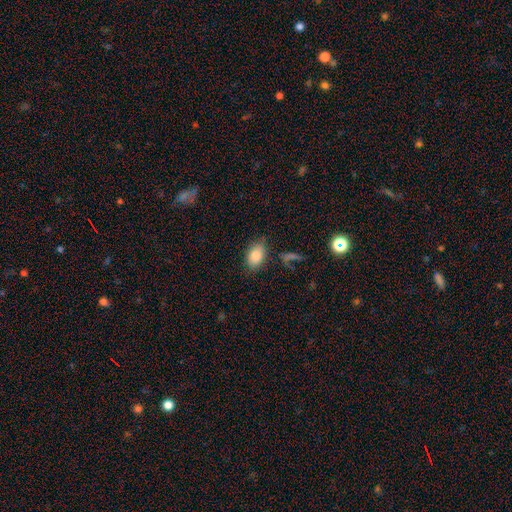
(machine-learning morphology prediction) This appears to be a smooth galaxy with no disk features (85%) that is in between round and cigar-shaped (87%). Merging: none (76%).